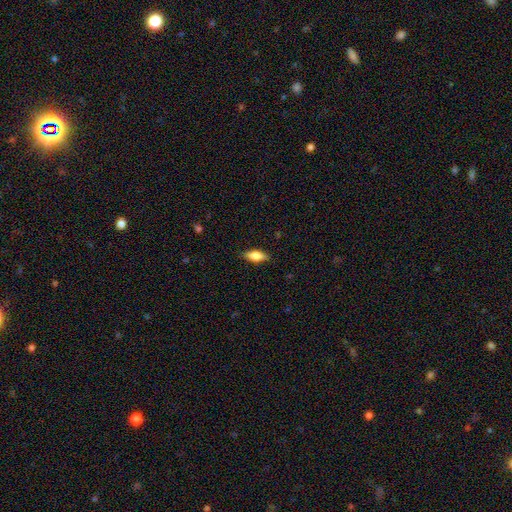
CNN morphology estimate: The model was most divided on "smooth or featured": smooth: 71%, featured or disk: 22%, star or artifact: 7%. More confident: merging — none (86%); how rounded — in between (76%).